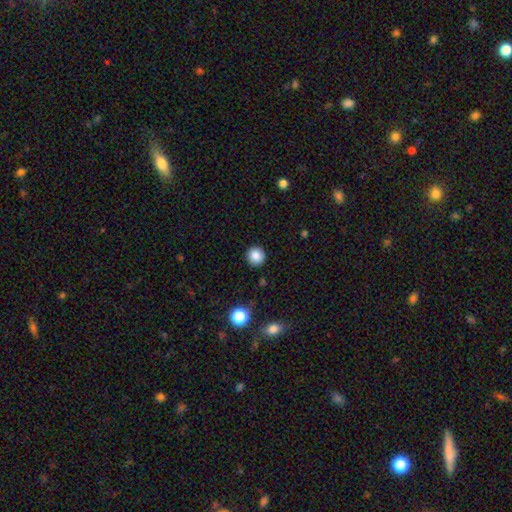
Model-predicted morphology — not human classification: The model was most divided on "smooth or featured": smooth: 86%, star or artifact: 10%, featured or disk: 4%. More confident: how rounded — round (94%); merging — none (91%).